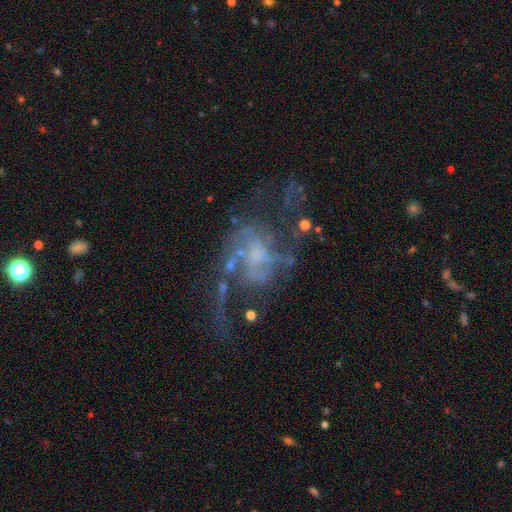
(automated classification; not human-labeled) Smooth or featured: featured or disk — 79% (star or artifact — 11%)
Edge-on disk: no — 97% (yes — 3%)
Bar: no — 64% (weak — 29%)
Spiral arms: yes — 76% (no — 24%)
Spiral winding: loose — 55% (medium — 34%)
Spiral arm count: 2 — 55% (can't tell — 20%)
Bulge size: none — 35% (small — 33%)
Merging: major disturbance — 39% (none — 36%)